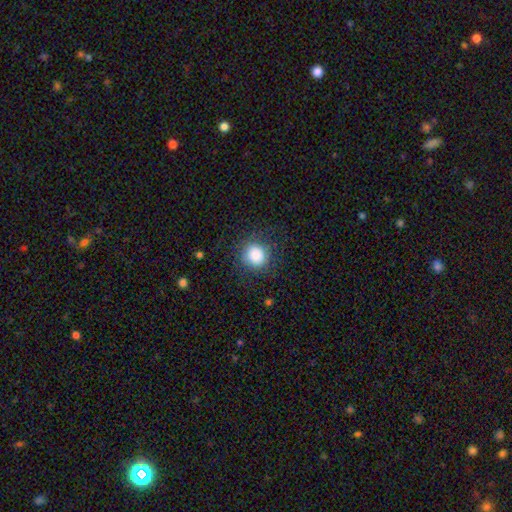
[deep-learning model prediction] The model was most divided on "merging": none: 83%, minor disturbance: 10%, major disturbance: 5%, merger: 1%. More confident: how rounded — round (89%); smooth or featured — smooth (86%).